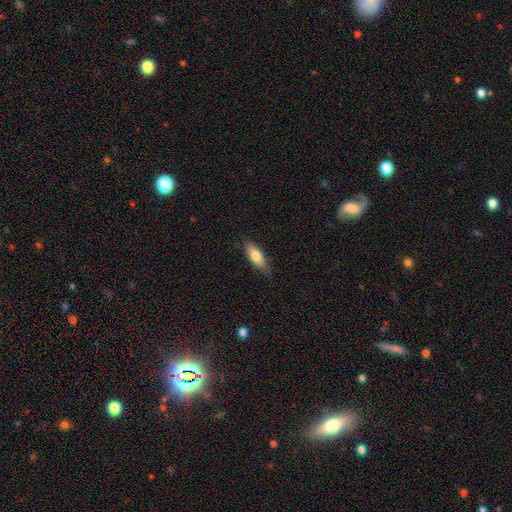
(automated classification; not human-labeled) Overall: smooth (74%). How rounded: in between (67%; cigar-shaped 30%). Merging: none (72%).